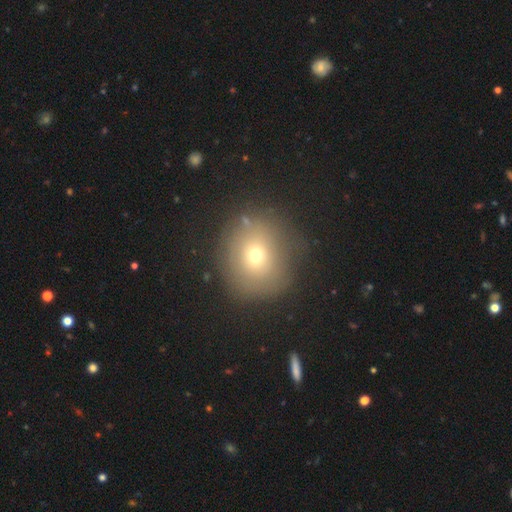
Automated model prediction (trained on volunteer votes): Smooth or featured? smooth (66%)
How rounded? round (85%)
Merging? none (82%)